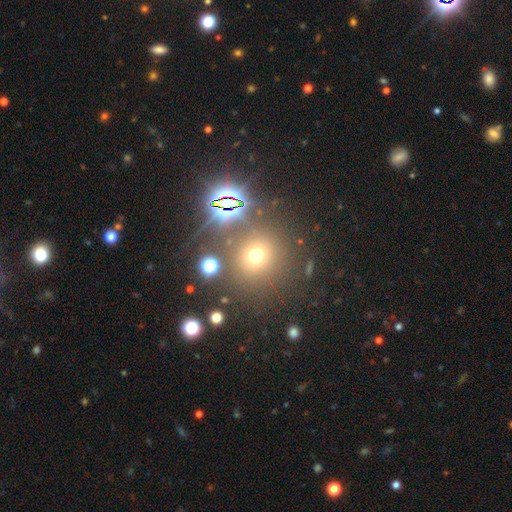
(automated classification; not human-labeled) This is possibly a smooth galaxy (58%). How rounded: clearly round (91%). Merging: likely none (80%).